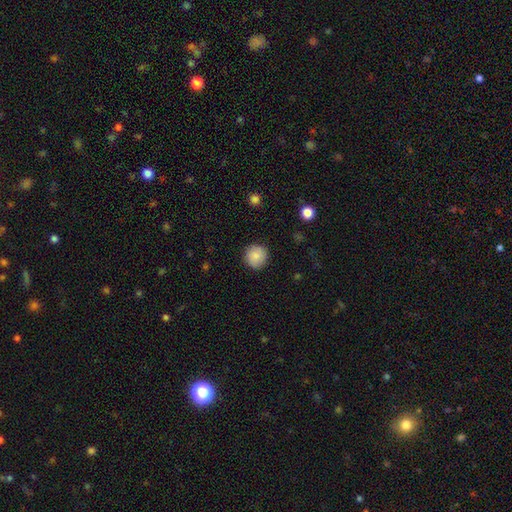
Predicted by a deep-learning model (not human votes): This is clearly a smooth galaxy (84%). How rounded: clearly round (93%). Merging: clearly none (88%).